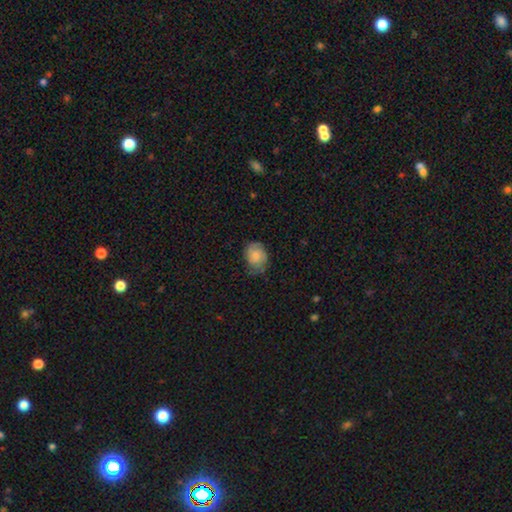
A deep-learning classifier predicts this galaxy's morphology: type=smooth (52%); roundness=in between (55%); merging=none (64%).